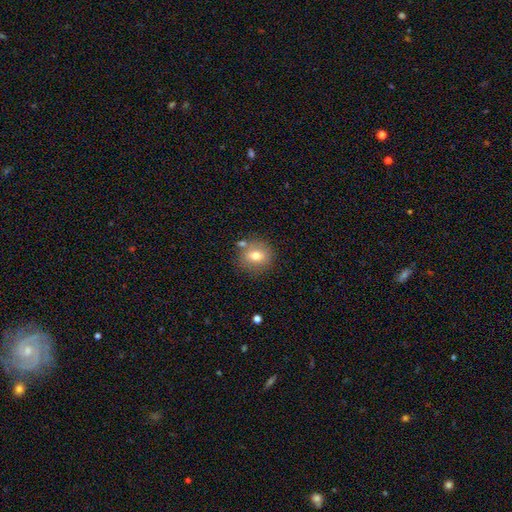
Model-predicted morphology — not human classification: A smooth galaxy with no disk features (72%) that is round (80%). Merging: none (73%).